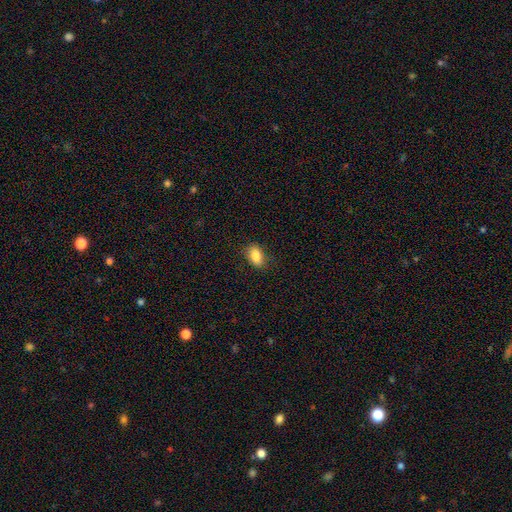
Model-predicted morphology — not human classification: The model was most divided on "merging": none: 83%, minor disturbance: 13%, major disturbance: 3%, merger: 1%. More confident: how rounded — in between (89%); smooth or featured — smooth (86%).